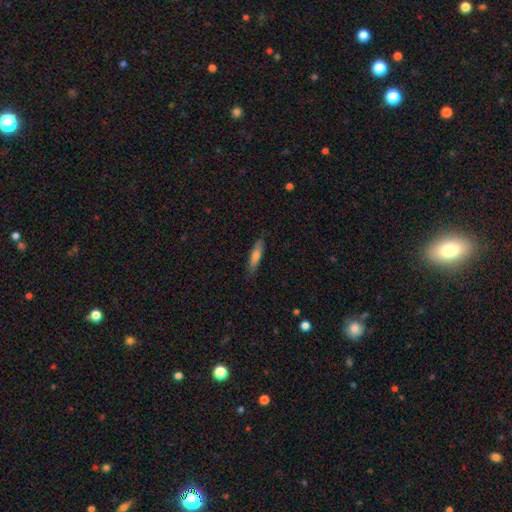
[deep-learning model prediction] Smooth or featured? smooth (67%)
How rounded? cigar-shaped (79%)
Merging? none (85%)